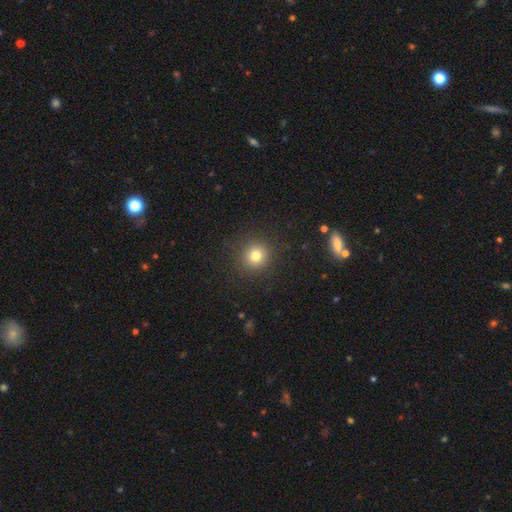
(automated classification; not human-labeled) The model was most divided on "smooth or featured": smooth: 78%, star or artifact: 15%, featured or disk: 7%. More confident: how rounded — round (92%); merging — none (90%).